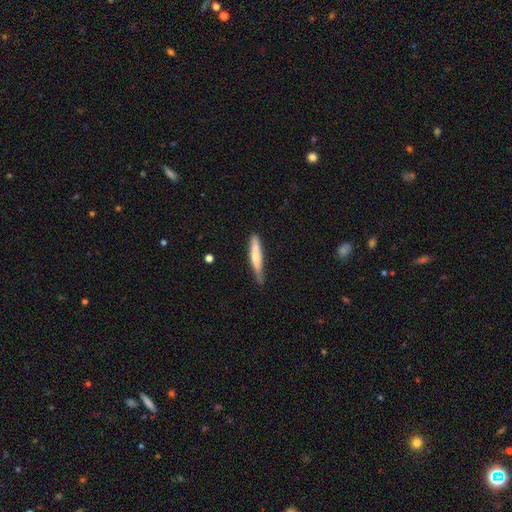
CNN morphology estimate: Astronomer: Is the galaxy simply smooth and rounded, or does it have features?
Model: smooth — 64%.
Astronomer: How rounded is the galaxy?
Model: cigar-shaped — 89%.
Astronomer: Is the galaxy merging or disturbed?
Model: none — 67%.